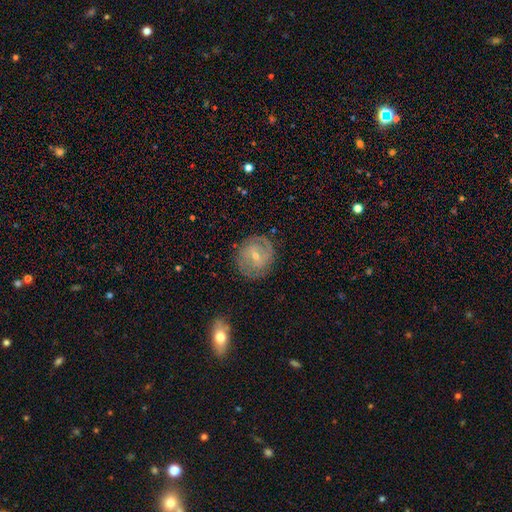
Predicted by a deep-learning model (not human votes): Morphology: type=featured or disk (76%); edge-on=no (97%); bar=weak (47%); spiral arms=yes (91%); winding=tight (60%); arm count=2 (58%); bulge=small (65%); merging=none (82%).